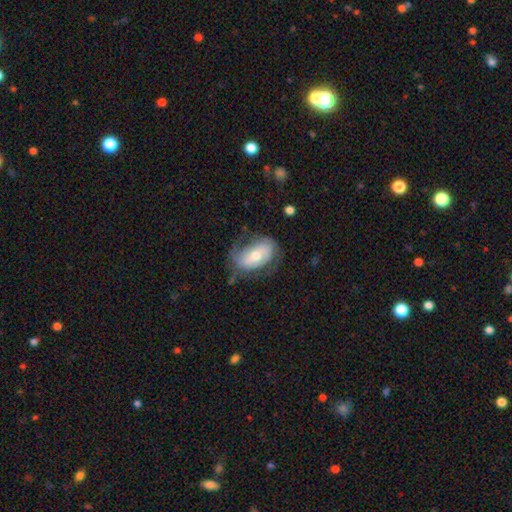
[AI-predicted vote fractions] smooth-or-featured: featured or disk: 53% | smooth: 39% | star or artifact: 7%
  disk-edge-on: no: 92% | yes: 8%
  merging: none: 55% | minor disturbance: 26% | major disturbance: 17% | merger: 2%